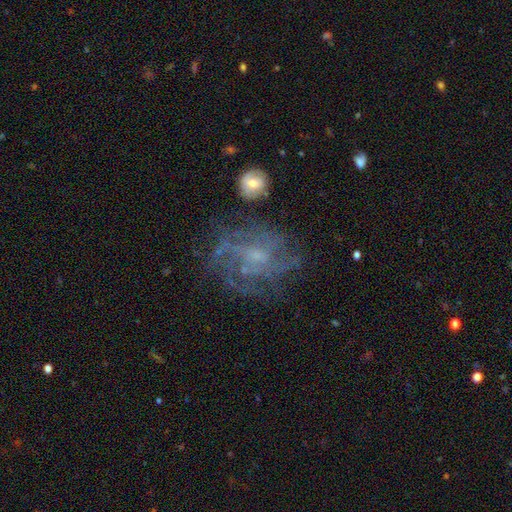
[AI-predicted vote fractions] Smooth or featured?
  - featured or disk: 75% *
  - star or artifact: 13%
  - smooth: 12%
Edge-on disk?
  - no: 97% *
  - yes: 3%
Bar?
  - no: 60% *
  - weak: 35%
  - strong: 6%
Spiral arms?
  - yes: 82% *
  - no: 18%
Spiral winding?
  - tight: 41% * (tied)
  - medium: 41% * (tied)
  - loose: 19%
Spiral arm count?
  - can't tell: 44% *
  - 4: 18%
  - 3: 14%
  - more than 4: 10%
  - 2: 9%
  - 1: 6%
Bulge size?
  - small: 52% *
  - moderate: 25%
  - none: 20%
  - large: 2%
  - dominant: 1%
Merging?
  - none: 62% *
  - minor disturbance: 17%
  - major disturbance: 16%
  - merger: 4%